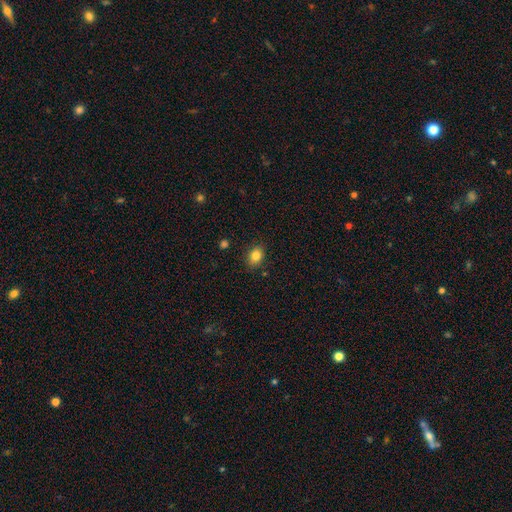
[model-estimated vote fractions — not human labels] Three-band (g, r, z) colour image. It shows a smooth galaxy with no disk features (83%) that is in between round and cigar-shaped (68%). Merging: none (86%).